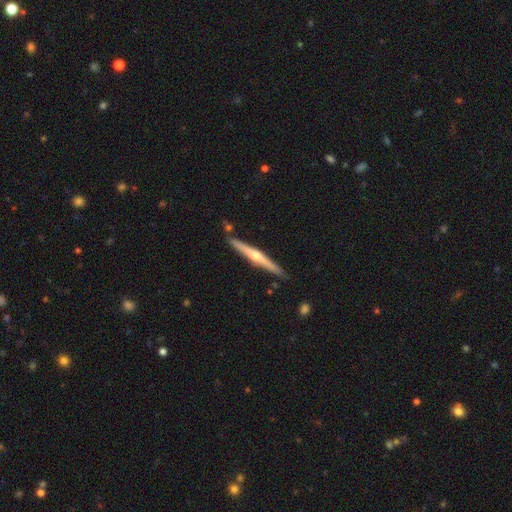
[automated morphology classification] This appears to be a featured or disk galaxy (71%) viewed edge-on (98%) with a rounded central bulge (85%). Merging: none (87%).